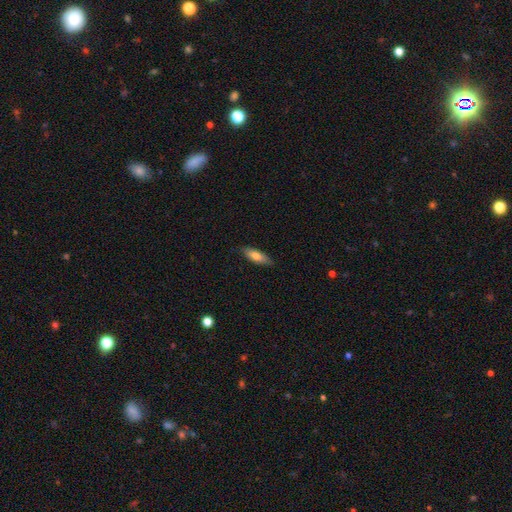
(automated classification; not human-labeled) smooth_or_featured: smooth (p=0.75) [alt: featured or disk p=0.19]
how_rounded: in between (p=0.58) [alt: cigar-shaped p=0.40]
merging: none (p=0.83) [alt: minor disturbance p=0.13]